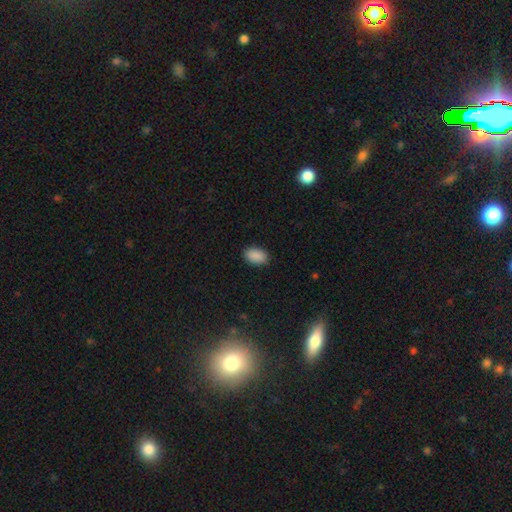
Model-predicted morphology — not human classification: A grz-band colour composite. It shows a smooth galaxy with no disk features (90%) that is in between round and cigar-shaped (91%). Merging: none (87%).